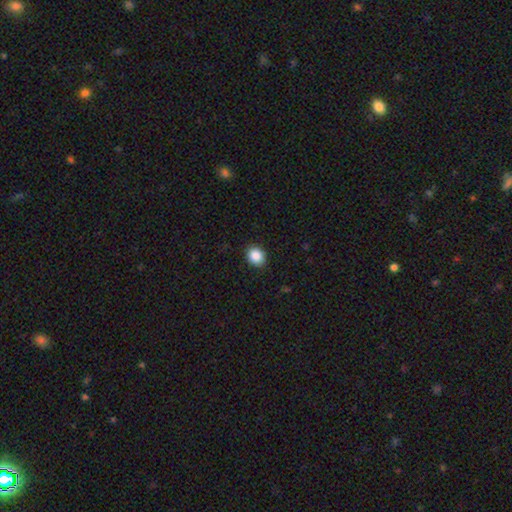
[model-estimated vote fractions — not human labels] smooth 88%, star or artifact 9%, featured or disk 4%. Down the decision tree: how rounded — round (59%); merging — none (89%).